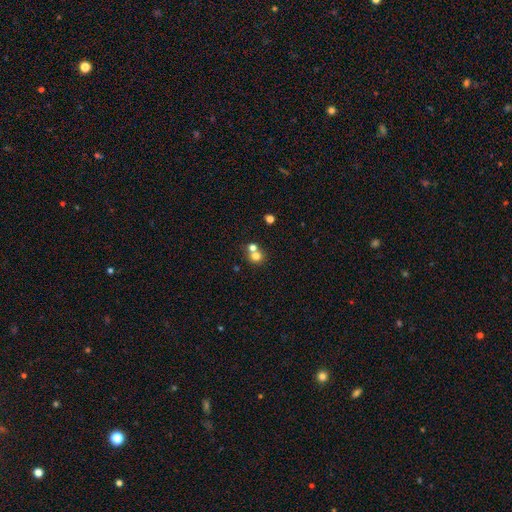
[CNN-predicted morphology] smooth 73%, star or artifact 15%, featured or disk 12%. Down the decision tree: how rounded — round (83%); merging — merger (46%).